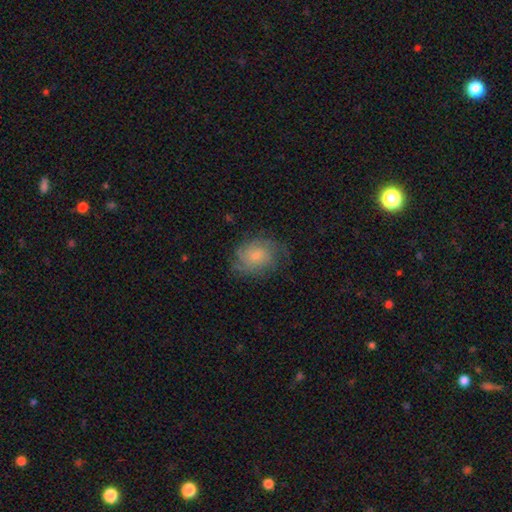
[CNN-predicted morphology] smooth-or-featured: featured or disk: 46% | smooth: 45% | star or artifact: 9%
  merging: none: 66% | minor disturbance: 22% | major disturbance: 11% | merger: 1%